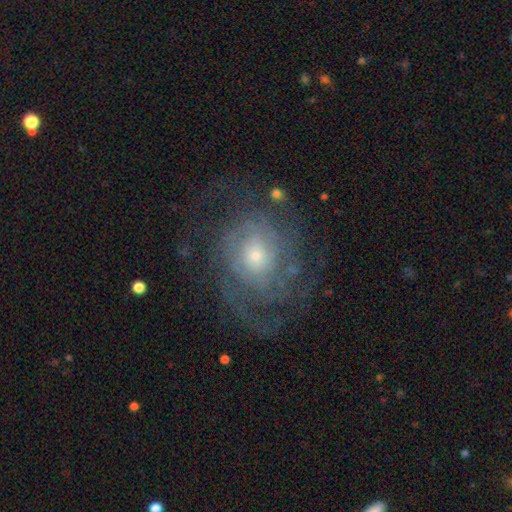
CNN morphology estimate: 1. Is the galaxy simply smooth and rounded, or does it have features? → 74% featured or disk, 17% smooth, 9% star or artifact.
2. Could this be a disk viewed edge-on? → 97% no, 3% yes.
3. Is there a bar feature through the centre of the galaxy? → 80% no, 17% weak, 3% strong.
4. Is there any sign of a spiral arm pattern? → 81% yes, 19% no.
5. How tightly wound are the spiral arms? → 56% tight, 30% medium, 15% loose.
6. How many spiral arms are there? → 49% can't tell, 18% 2, 11% 3, 8% 4, 7% 1, 6% more than 4.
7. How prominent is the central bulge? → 57% small, 35% moderate, 5% large, 2% none, 1% dominant.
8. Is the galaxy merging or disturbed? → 62% none, 20% major disturbance, 17% minor disturbance, 2% merger.